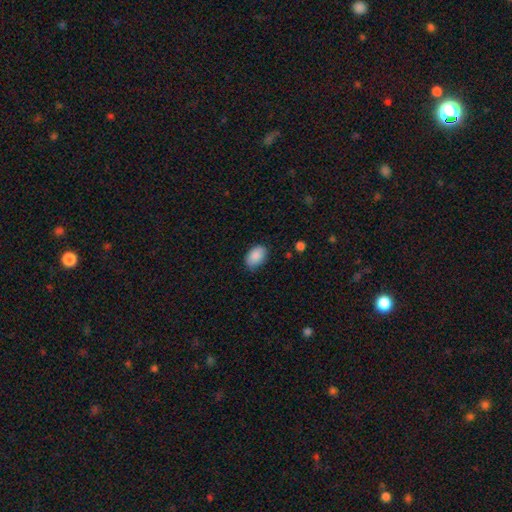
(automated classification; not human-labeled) This appears to be a smooth galaxy with no disk features (89%) that is in between round and cigar-shaped (90%). Merging: none (82%).